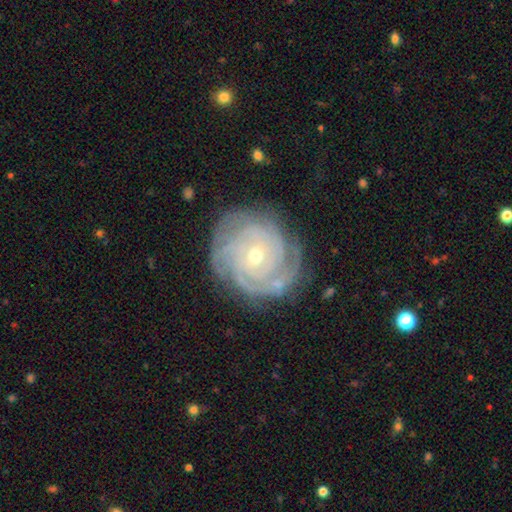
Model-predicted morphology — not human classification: Smooth or featured: featured or disk — 86% (smooth — 8%)
Edge-on disk: no — 97% (yes — 3%)
Bar: no — 71% (weak — 23%)
Spiral arms: yes — 96% (no — 4%)
Spiral winding: tight — 82% (medium — 15%)
Spiral arm count: can't tell — 28% (3 — 22%)
Bulge size: small — 62% (moderate — 35%)
Merging: none — 76% (minor disturbance — 16%)